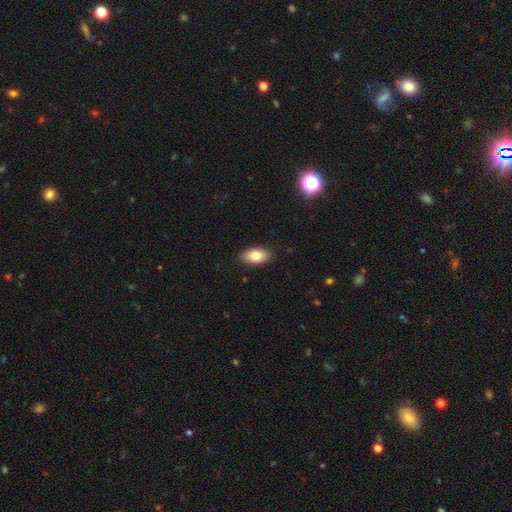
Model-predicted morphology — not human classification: Smooth or featured? smooth (80%)
How rounded? in between (92%)
Merging? none (89%)